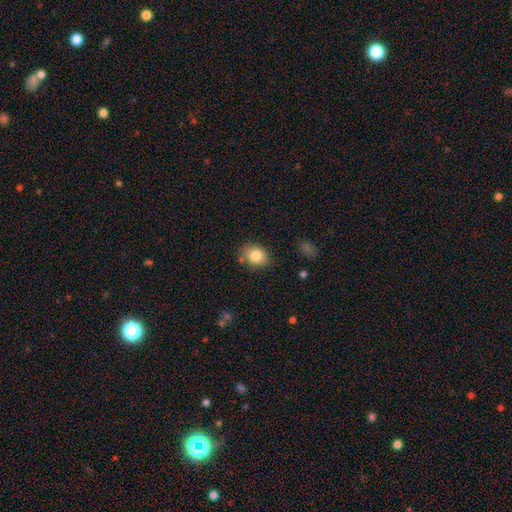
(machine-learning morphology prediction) Smooth or featured? smooth (83%)
How rounded? in between (62%)
Merging? none (77%)